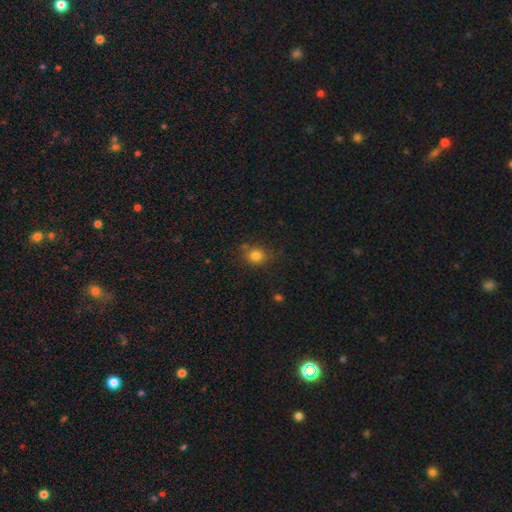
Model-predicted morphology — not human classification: A smooth galaxy with no disk features (80%) that is round (70%). Merging: none (72%).